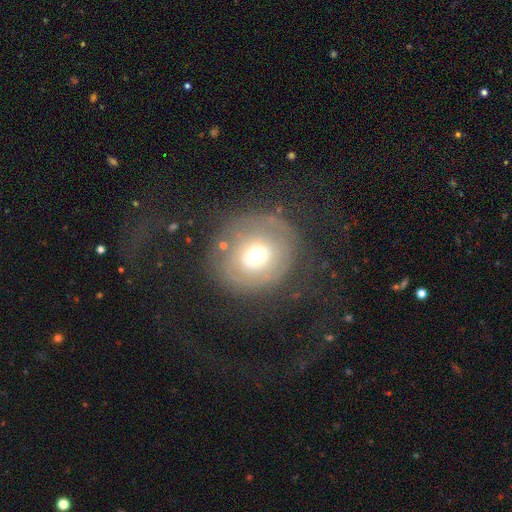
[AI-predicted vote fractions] smooth-or-featured: smooth: 46% | featured or disk: 42% | star or artifact: 12%
  merging: none: 65% | minor disturbance: 18% | major disturbance: 15% | merger: 3%